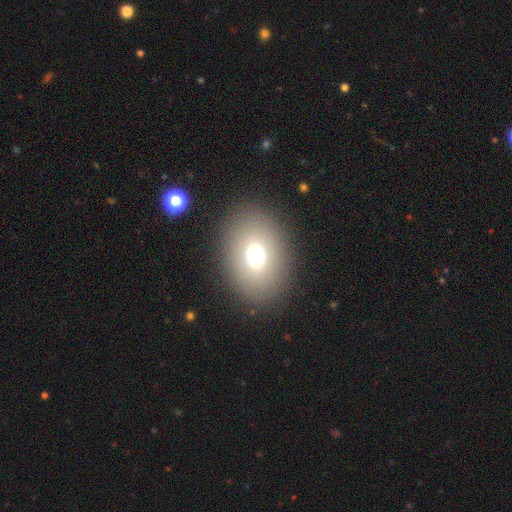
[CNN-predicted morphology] Smooth or featured?
  - smooth: 69% *
  - star or artifact: 16%
  - featured or disk: 16%
How rounded?
  - in between: 62% *
  - round: 37%
  - cigar-shaped: 1%
Merging?
  - none: 86% *
  - minor disturbance: 8%
  - major disturbance: 5%
  - merger: 1%